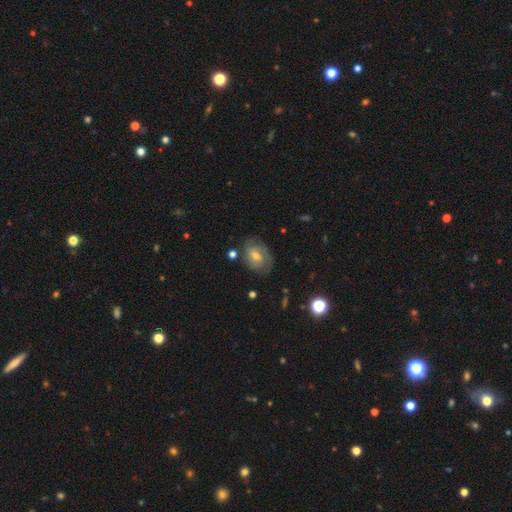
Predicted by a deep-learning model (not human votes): smooth_or_featured: featured or disk (p=0.54) [alt: smooth p=0.37]
disk_edge_on: no (p=0.96) [alt: yes p=0.04]
bar: weak (p=0.46) [alt: no p=0.45]
has_spiral_arms: yes (p=0.76) [alt: no p=0.24]
bulge_size: moderate (p=0.53) [alt: small p=0.41]
merging: none (p=0.70) [alt: minor disturbance p=0.20]